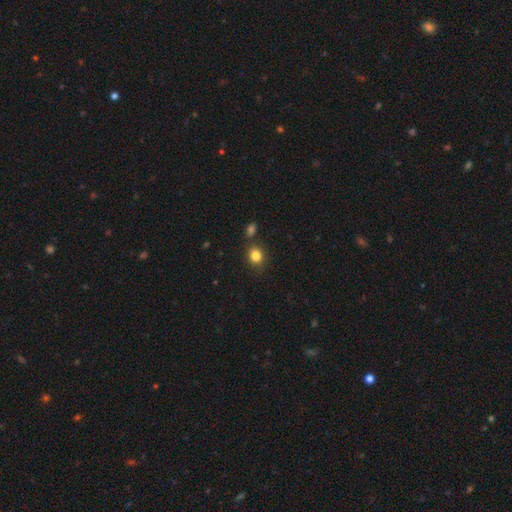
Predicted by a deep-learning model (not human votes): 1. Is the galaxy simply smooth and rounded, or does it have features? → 83% smooth, 11% star or artifact, 6% featured or disk.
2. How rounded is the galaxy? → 65% round, 34% in between, 1% cigar-shaped.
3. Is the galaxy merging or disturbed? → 76% none, 12% minor disturbance, 8% merger, 3% major disturbance.